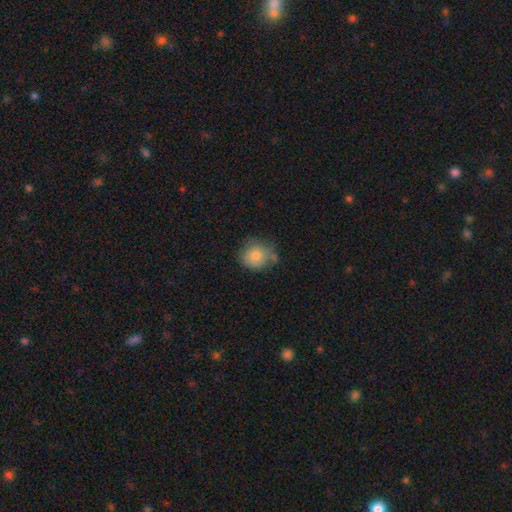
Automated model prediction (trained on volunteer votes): This appears to be a smooth galaxy with no disk features (75%) that is round (82%). Merging: none (59%).